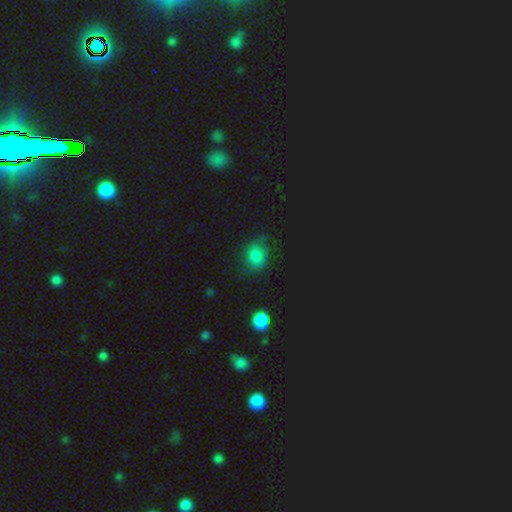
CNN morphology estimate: A smooth galaxy with no disk features (68%) that is round (62%). Merging: none (57%).